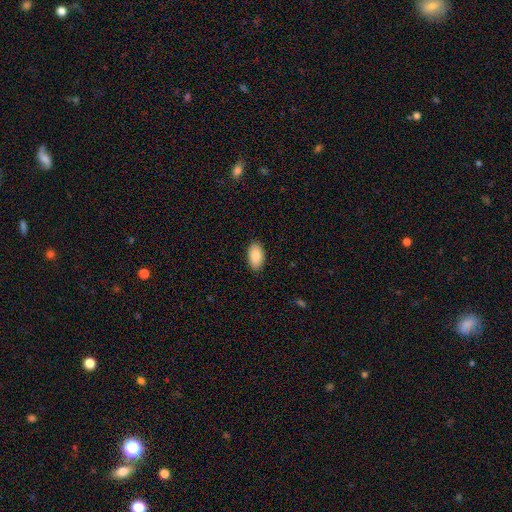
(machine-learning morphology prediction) Overall: smooth (88%). How rounded: in between (95%). Merging: none (89%).